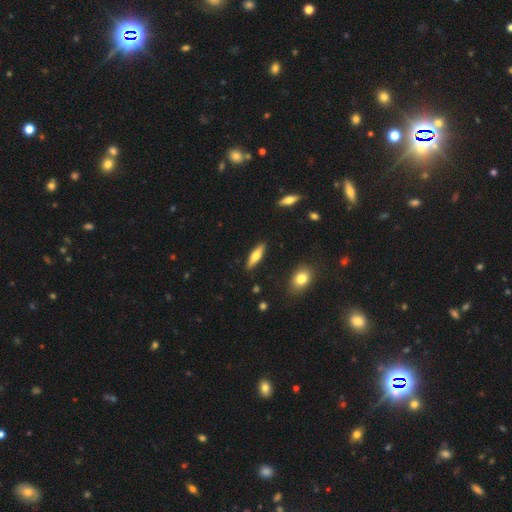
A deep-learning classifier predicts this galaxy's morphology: This appears to be a smooth galaxy with no disk features (59%) that is cigar-shaped (60%). Merging: none (88%).